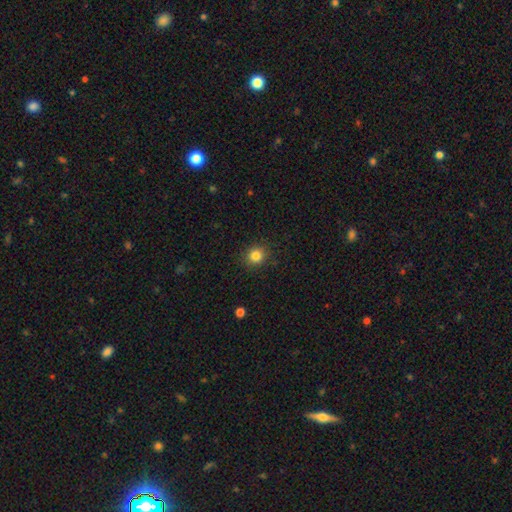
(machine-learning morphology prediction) Overall: smooth (84%). How rounded: round (83%). Merging: none (89%).